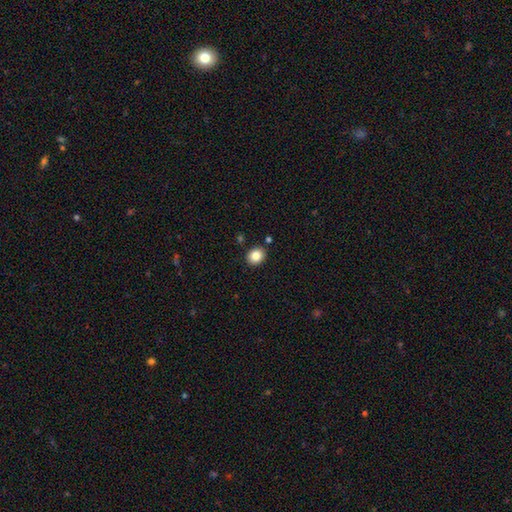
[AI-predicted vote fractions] Smooth or featured? Predicted: smooth (p=0.85). How rounded? Predicted: round (p=0.61). Merging? Predicted: none (p=0.88).